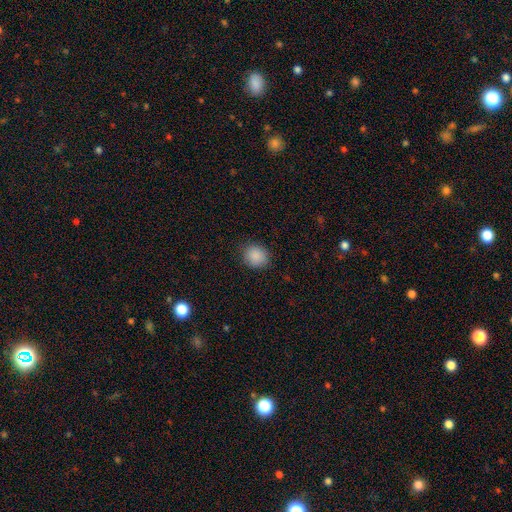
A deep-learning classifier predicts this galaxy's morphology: Overall: smooth (88%). How rounded: round (73%). Merging: none (86%).